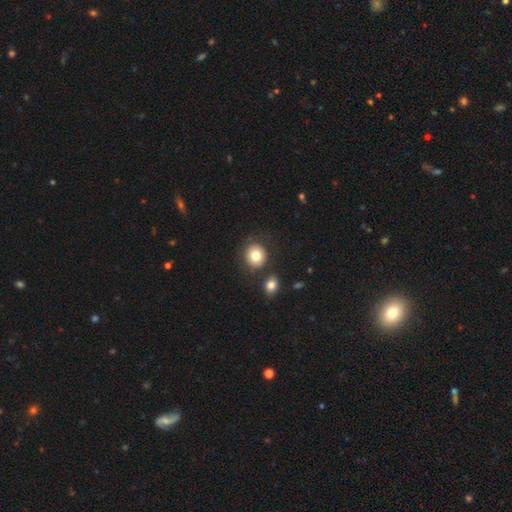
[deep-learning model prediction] This is likely a smooth galaxy (80%). How rounded: clearly round (85%). Merging: likely none (77%).